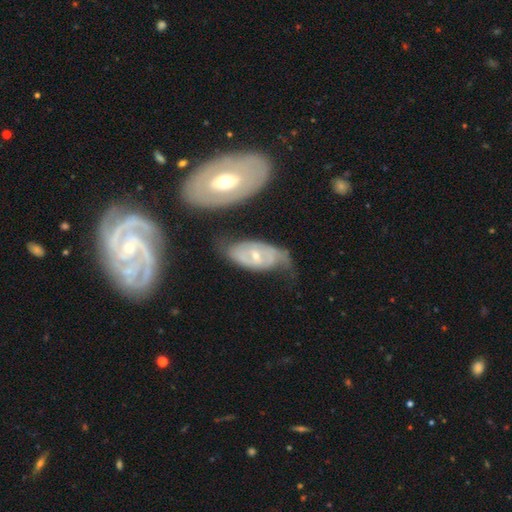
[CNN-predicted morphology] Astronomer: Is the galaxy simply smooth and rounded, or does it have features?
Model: featured or disk — 72%.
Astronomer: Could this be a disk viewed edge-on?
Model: no — 93%.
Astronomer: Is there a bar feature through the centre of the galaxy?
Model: no — 57%.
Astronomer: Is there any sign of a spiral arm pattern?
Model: yes — 76%.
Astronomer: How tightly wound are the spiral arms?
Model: tight — 41% (runner-up: medium, 35%).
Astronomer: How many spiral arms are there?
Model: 2 — 60%.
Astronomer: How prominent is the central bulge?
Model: small — 54% (runner-up: moderate, 42%).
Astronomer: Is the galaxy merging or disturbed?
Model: none — 44% (runner-up: minor disturbance, 27%).